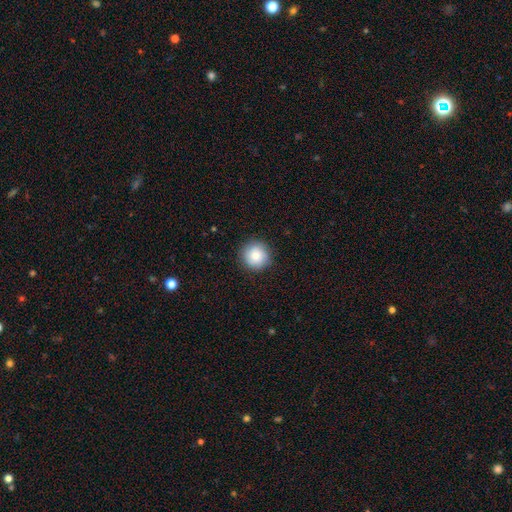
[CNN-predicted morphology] Q: Smooth or featured?
A: smooth (82%); runner-up: featured or disk (10%)
Q: How rounded?
A: round (95%); runner-up: in between (4%)
Q: Merging?
A: none (88%); runner-up: minor disturbance (8%)